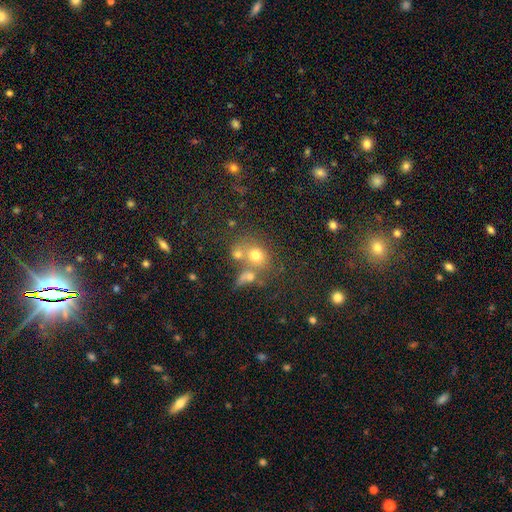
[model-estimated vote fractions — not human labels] This appears to be a smooth galaxy with no disk features (67%) that is round (72%). Merging: none (46%).